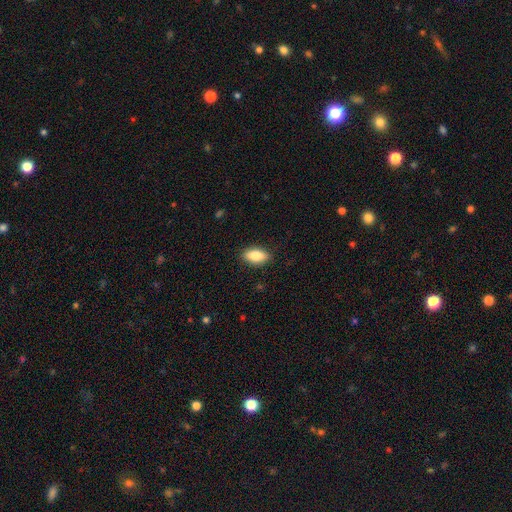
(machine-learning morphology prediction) The model was most divided on "smooth or featured": smooth: 80%, featured or disk: 13%, star or artifact: 7%. More confident: merging — none (88%); how rounded — in between (88%).